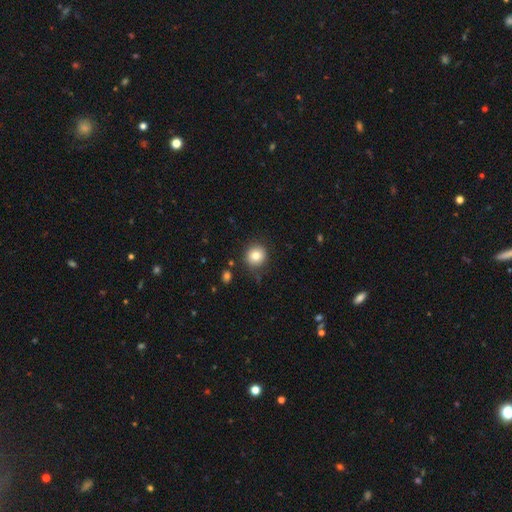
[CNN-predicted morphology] smooth_or_featured: smooth (p=0.82) [alt: star or artifact p=0.10]
how_rounded: round (p=0.90) [alt: in between p=0.09]
merging: none (p=0.86) [alt: minor disturbance p=0.09]